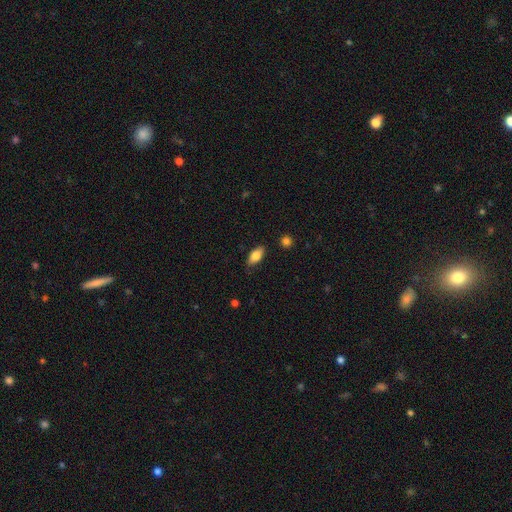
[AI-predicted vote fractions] A smooth galaxy with no disk features (79%) that is in between round and cigar-shaped (86%).

Vote fractions:
- Smooth or featured? smooth: 79% / featured or disk: 14% / star or artifact: 7%
- How rounded? in between: 86% / cigar-shaped: 11% / round: 3%
- Merging? none: 85% / minor disturbance: 12% / major disturbance: 2% / merger: 1%